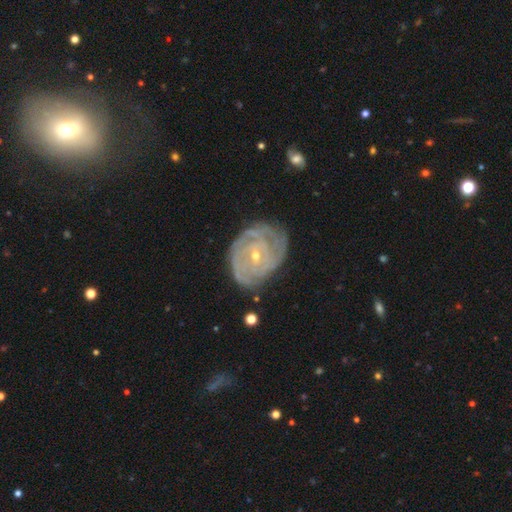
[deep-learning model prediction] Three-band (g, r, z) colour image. It shows a featured or disk galaxy (87%) with no bar (55%), tight (79%) spiral arms (96%) and a small central bulge (70%). Merging: none (70%).